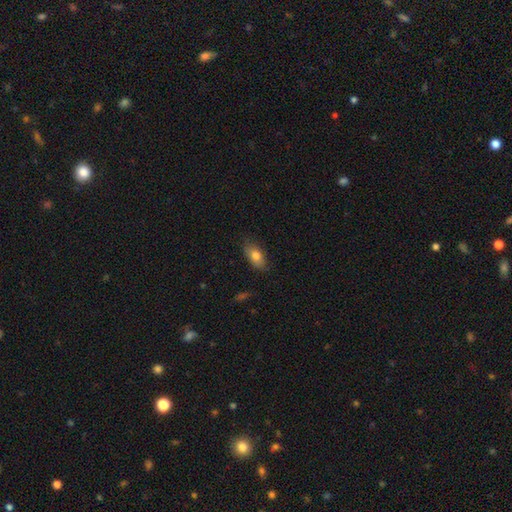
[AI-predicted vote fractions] smooth-or-featured: smooth: 78% | featured or disk: 14% | star or artifact: 8%
  how-rounded: in between: 87% | cigar-shaped: 7% | round: 6%
  merging: none: 81% | minor disturbance: 15% | major disturbance: 3% | merger: 1%